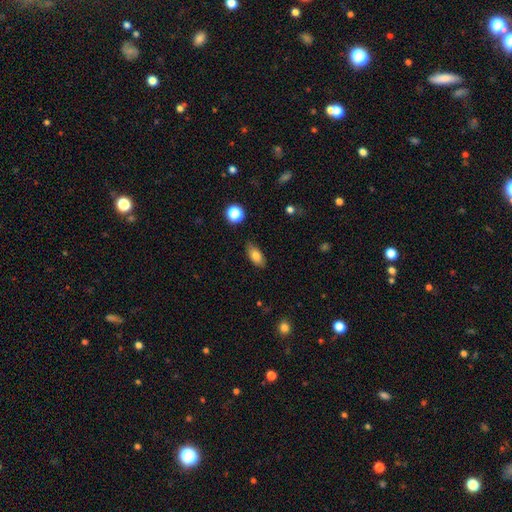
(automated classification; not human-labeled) This appears to be a smooth galaxy with no disk features (79%) that is in between round and cigar-shaped (87%). Merging: none (84%).